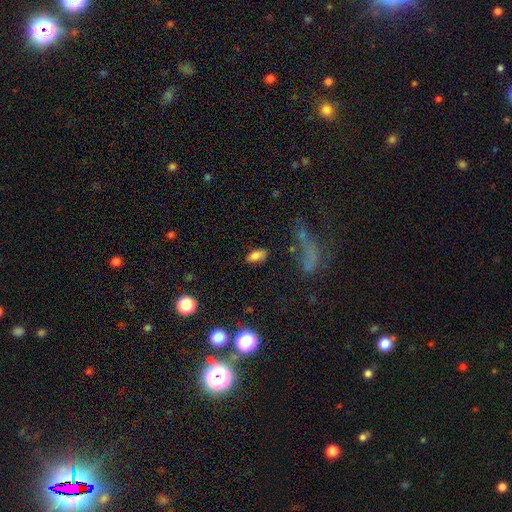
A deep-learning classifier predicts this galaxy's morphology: The model was most divided on "merging": none: 79%, minor disturbance: 13%, major disturbance: 4%, merger: 3%. More confident: how rounded — in between (90%); smooth or featured — smooth (81%).